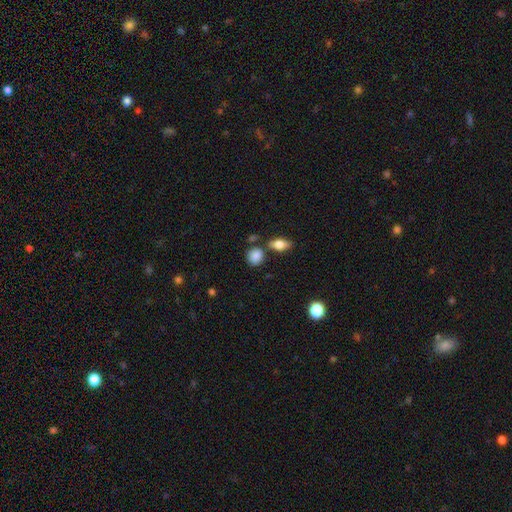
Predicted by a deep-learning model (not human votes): Smooth or featured? smooth (84%)
How rounded? round (68%)
Merging? none (66%)